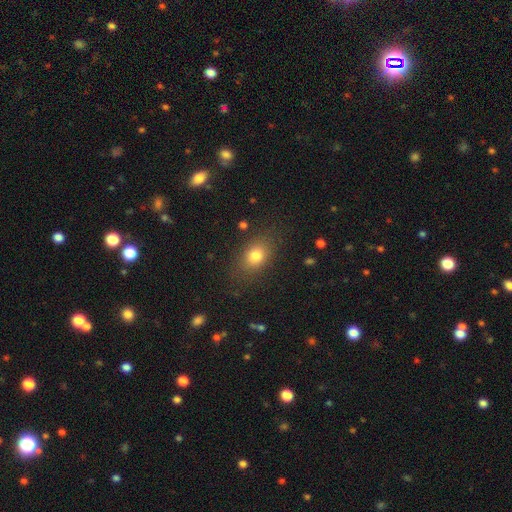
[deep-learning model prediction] A smooth galaxy with no disk features (79%) that is in between round and cigar-shaped (69%). Merging: none (80%).